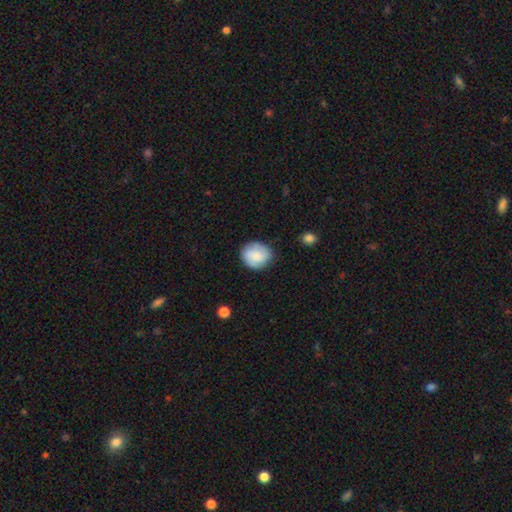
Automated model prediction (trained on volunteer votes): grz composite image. It shows a smooth galaxy with no disk features (67%) that is round (77%). Merging: none (83%).